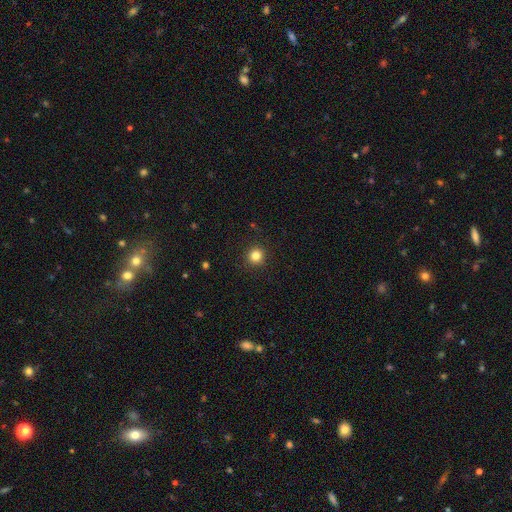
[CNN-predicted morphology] Q: Smooth or featured?
A: smooth (83%); runner-up: star or artifact (12%)
Q: How rounded?
A: round (94%); runner-up: in between (5%)
Q: Merging?
A: none (92%); runner-up: minor disturbance (5%)